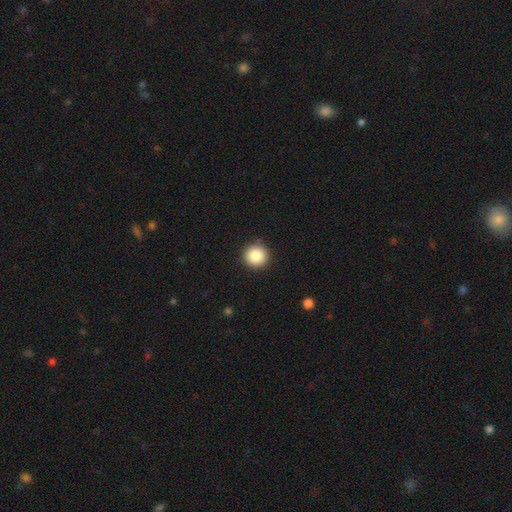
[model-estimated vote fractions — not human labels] Q: Smooth or featured?
A: smooth (86%); runner-up: star or artifact (9%)
Q: How rounded?
A: round (94%); runner-up: in between (5%)
Q: Merging?
A: none (90%); runner-up: minor disturbance (7%)